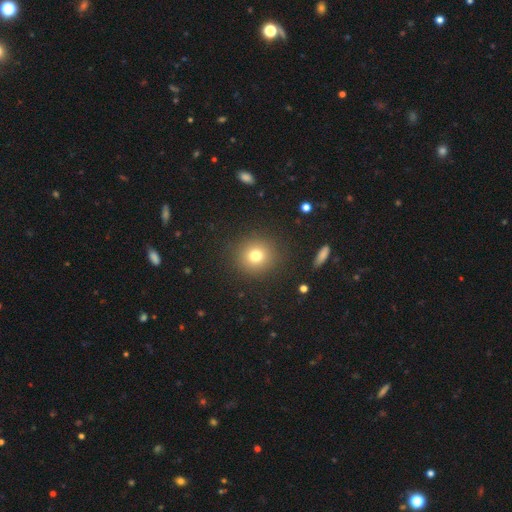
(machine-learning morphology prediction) type=smooth (76%); roundness=round (92%); merging=none (90%).